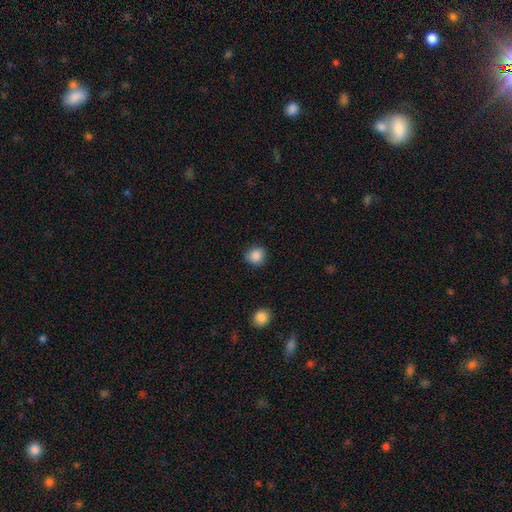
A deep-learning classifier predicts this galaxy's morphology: smooth 88%, star or artifact 9%, featured or disk 3%. Down the decision tree: how rounded — round (86%); merging — none (83%).